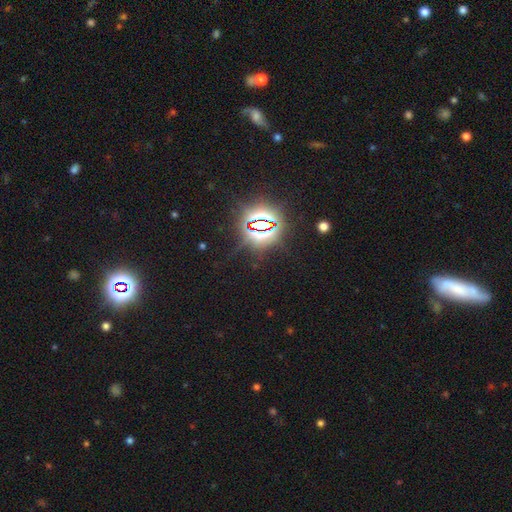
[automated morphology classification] This appears to be a star or artifact, not a galaxy (82%).